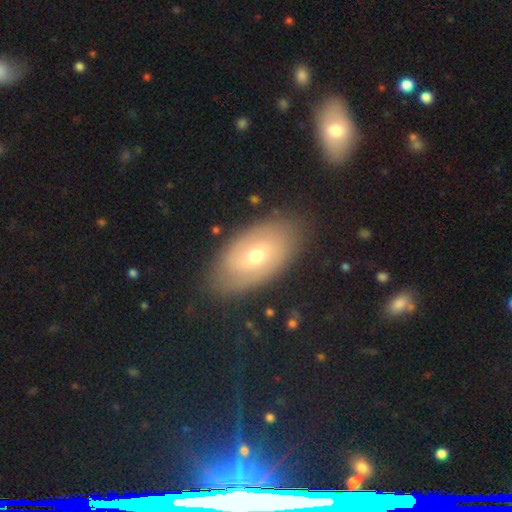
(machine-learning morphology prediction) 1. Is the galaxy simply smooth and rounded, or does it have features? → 54% featured or disk, 37% smooth, 9% star or artifact.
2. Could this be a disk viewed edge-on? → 91% no, 9% yes.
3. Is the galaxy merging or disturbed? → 83% none, 12% minor disturbance, 3% major disturbance, 2% merger.